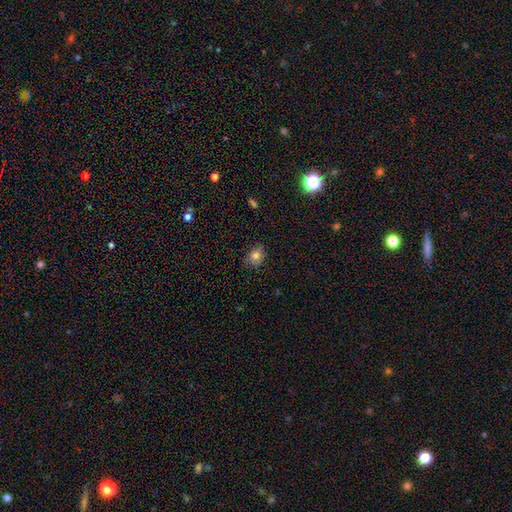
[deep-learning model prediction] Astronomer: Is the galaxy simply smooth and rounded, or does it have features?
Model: smooth — 81%.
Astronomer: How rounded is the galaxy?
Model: round — 57% (runner-up: in between, 42%).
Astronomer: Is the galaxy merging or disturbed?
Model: none — 79%.